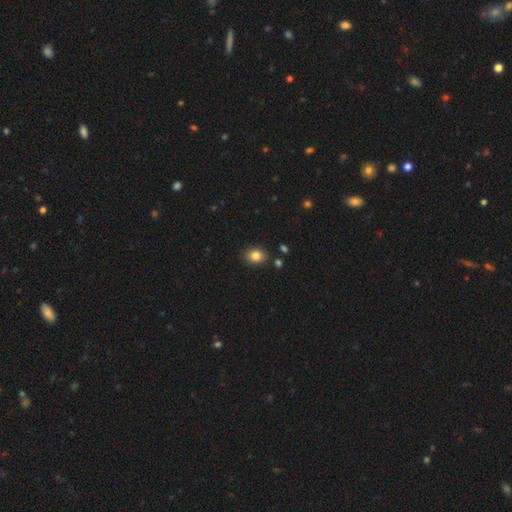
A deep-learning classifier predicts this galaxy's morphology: smooth-or-featured: smooth: 83% | star or artifact: 10% | featured or disk: 6%
  how-rounded: round: 58% | in between: 42% | cigar-shaped: 1%
  merging: none: 87% | minor disturbance: 8% | merger: 3% | major disturbance: 2%